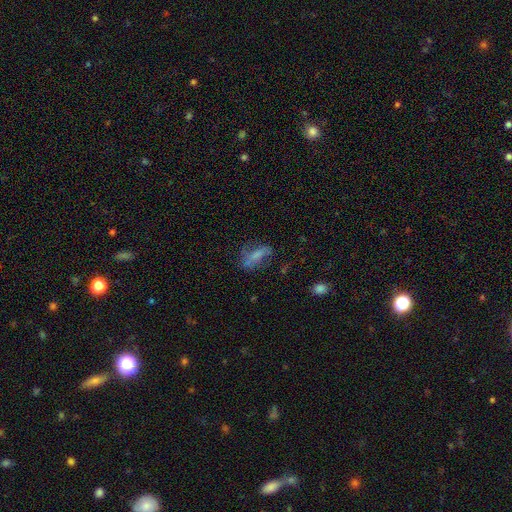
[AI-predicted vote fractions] Q: Smooth or featured?
A: smooth (47%); runner-up: featured or disk (39%)
Q: Merging?
A: none (49%); runner-up: major disturbance (24%)